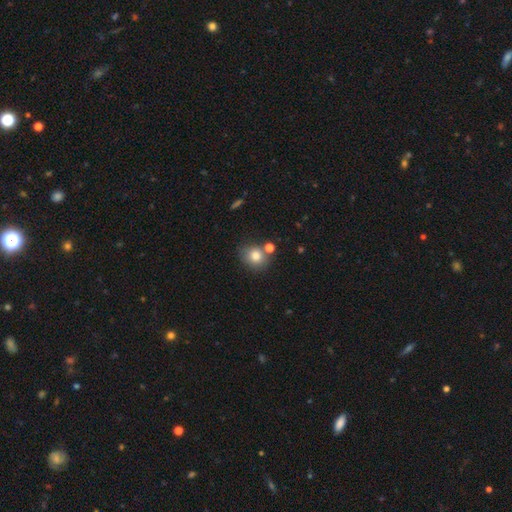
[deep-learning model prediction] Smooth or featured? smooth (80%)
How rounded? round (75%)
Merging? none (66%)